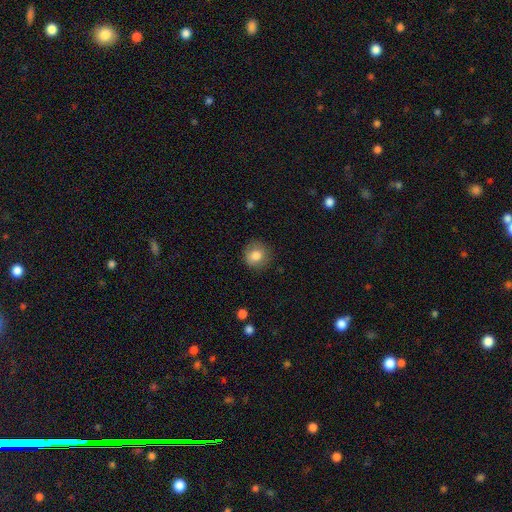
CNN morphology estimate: smooth-or-featured: smooth: 82% | featured or disk: 9% | star or artifact: 9%
  how-rounded: round: 88% | in between: 11% | cigar-shaped: 1%
  merging: none: 84% | minor disturbance: 12% | major disturbance: 3% | merger: 1%